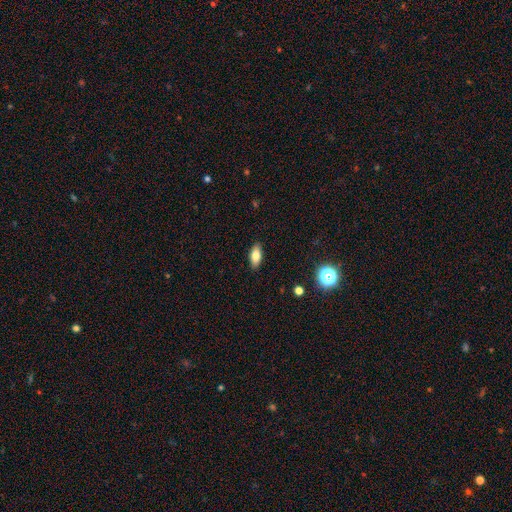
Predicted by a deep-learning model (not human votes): Overall: smooth (78%). How rounded: in between (83%). Merging: none (89%).